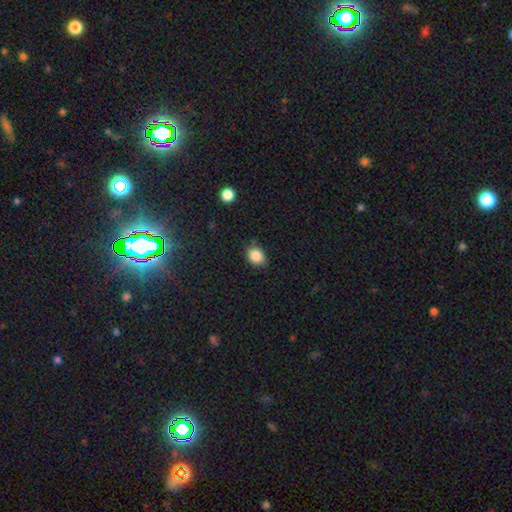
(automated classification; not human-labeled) This is clearly a smooth galaxy (86%). How rounded: possibly in between (56%). Merging: likely none (73%).